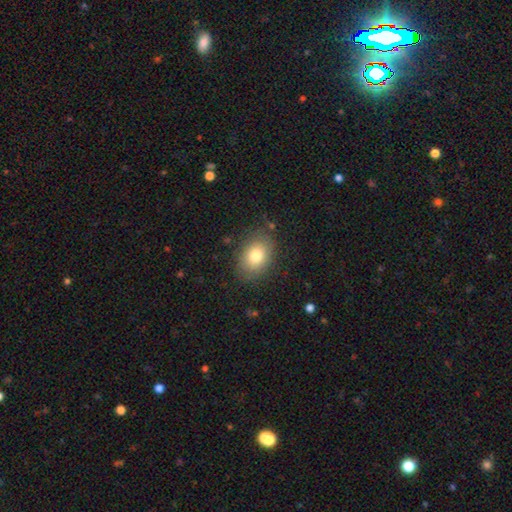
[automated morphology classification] type=smooth (79%); roundness=in between (76%); merging=none (82%).